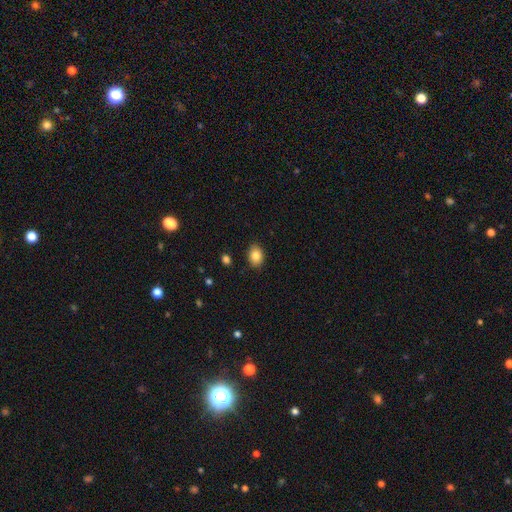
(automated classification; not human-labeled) Overall: smooth (84%). How rounded: in between (69%; round 30%). Merging: none (87%).